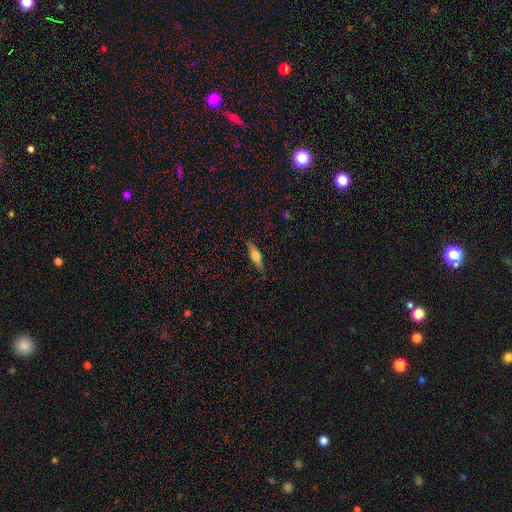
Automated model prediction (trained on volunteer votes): This appears to be a featured or disk galaxy (52%) viewed edge-on (93%). Merging: none (84%).